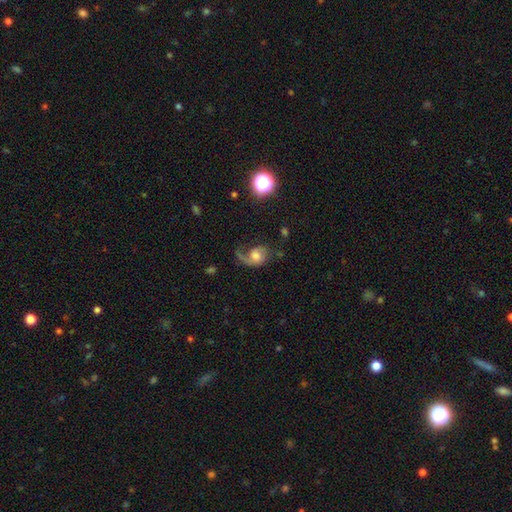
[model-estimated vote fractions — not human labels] A featured or disk galaxy (59%) with no bar (66%), 1 (69%) loose (62%) spiral arms (88%) and a moderate central bulge (42%). Merging: major disturbance (44%).